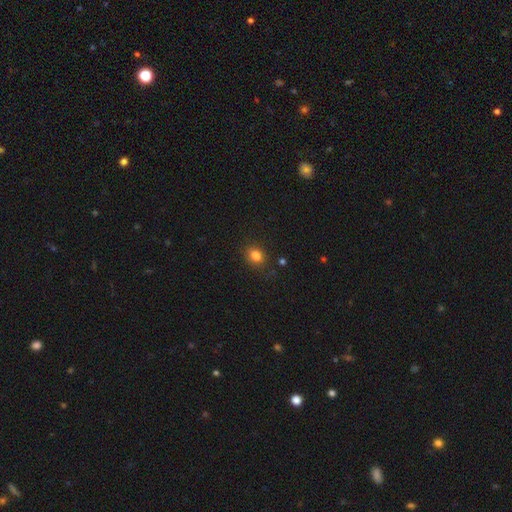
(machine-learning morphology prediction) Smooth or featured?
  - smooth: 82% *
  - star or artifact: 12%
  - featured or disk: 6%
How rounded?
  - round: 50% *
  - in between: 49%
  - cigar-shaped: 1%
Merging?
  - none: 82% *
  - minor disturbance: 12%
  - major disturbance: 3%
  - merger: 2%